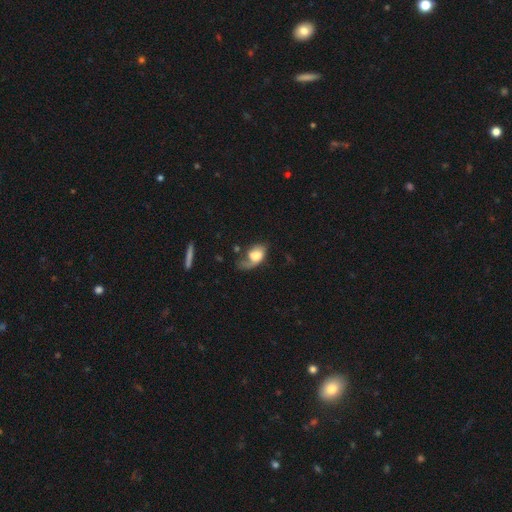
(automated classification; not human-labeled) Q: Smooth or featured?
A: smooth (59%); runner-up: featured or disk (32%)
Q: How rounded?
A: in between (80%); runner-up: round (18%)
Q: Merging?
A: major disturbance (44%); runner-up: none (24%)